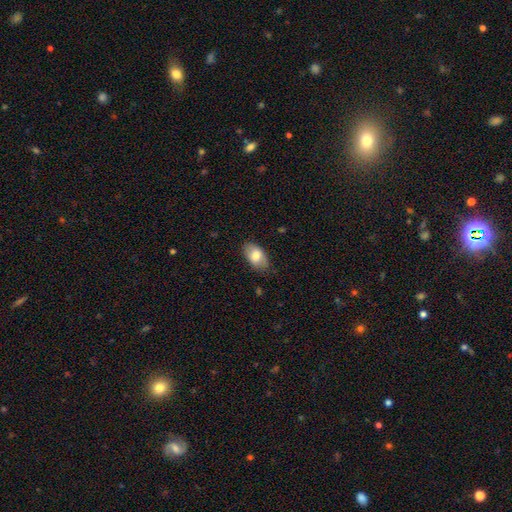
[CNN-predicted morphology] smooth 75%, featured or disk 18%, star or artifact 7%. Down the decision tree: how rounded — in between (93%); merging — none (79%).